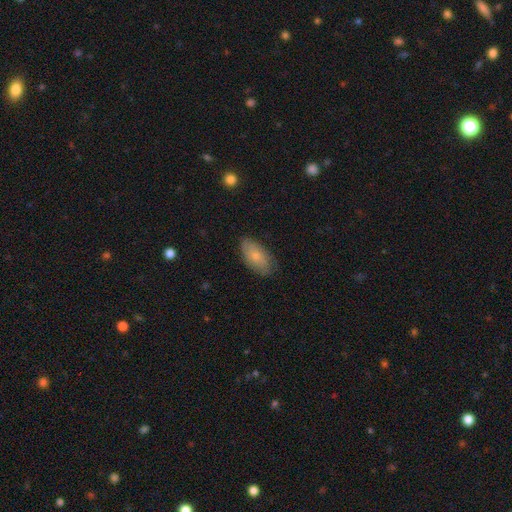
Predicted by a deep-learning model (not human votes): smooth_or_featured: smooth (p=0.74) [alt: featured or disk p=0.20]
how_rounded: in between (p=0.93) [alt: cigar-shaped p=0.04]
merging: none (p=0.78) [alt: minor disturbance p=0.18]